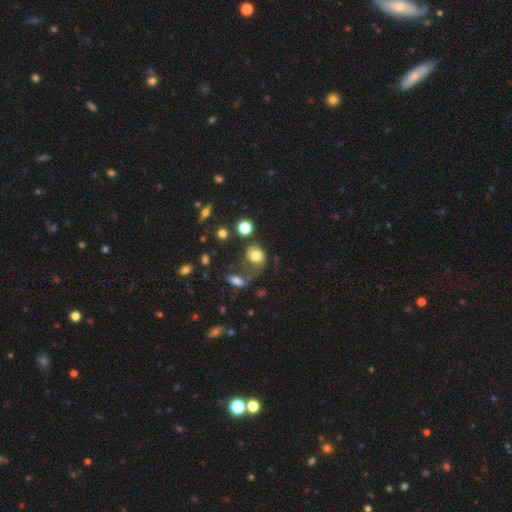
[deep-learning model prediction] smooth_or_featured: smooth (p=0.68) [alt: featured or disk p=0.21]
how_rounded: round (p=0.51) [alt: in between p=0.48]
merging: major disturbance (p=0.34) [alt: none p=0.27]